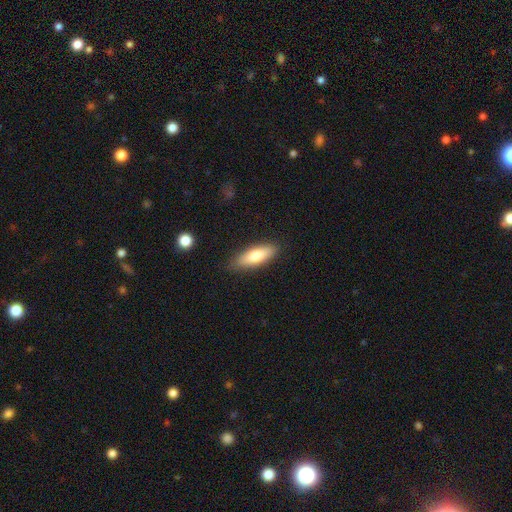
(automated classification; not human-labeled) Smooth or featured? smooth (74%)
How rounded? in between (57%)
Merging? none (85%)